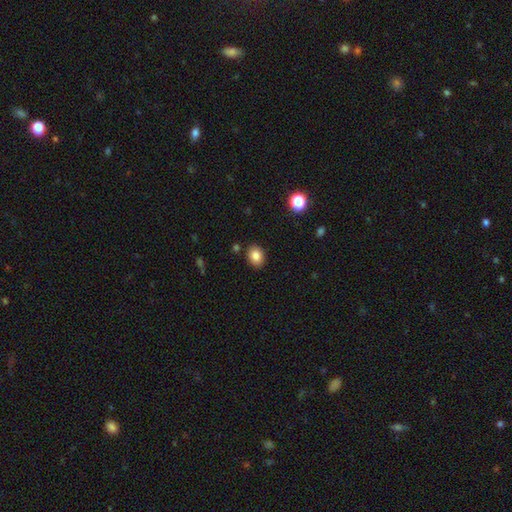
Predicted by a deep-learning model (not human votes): Smooth or featured? smooth (83%)
How rounded? in between (60%)
Merging? none (87%)